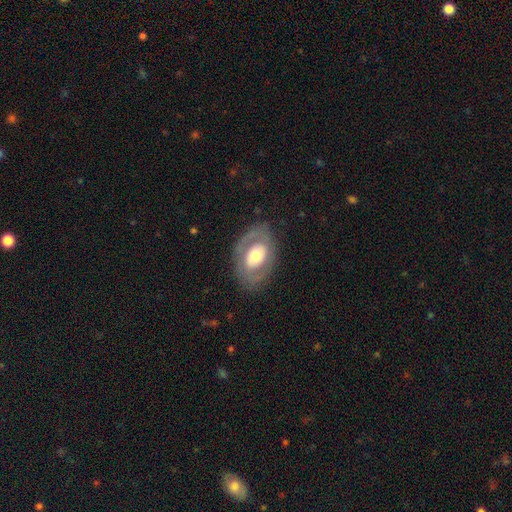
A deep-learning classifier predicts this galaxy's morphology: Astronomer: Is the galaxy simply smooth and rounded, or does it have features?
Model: featured or disk — 61%.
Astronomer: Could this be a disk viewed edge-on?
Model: no — 94%.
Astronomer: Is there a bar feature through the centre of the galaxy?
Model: no — 65%.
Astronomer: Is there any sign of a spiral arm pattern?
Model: no — 53% (runner-up: yes, 47%).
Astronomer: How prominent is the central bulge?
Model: moderate — 49% (runner-up: large, 33%).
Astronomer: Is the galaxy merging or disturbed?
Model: none — 77%.